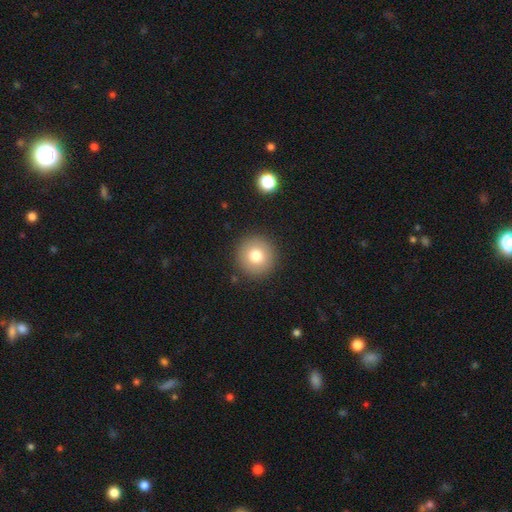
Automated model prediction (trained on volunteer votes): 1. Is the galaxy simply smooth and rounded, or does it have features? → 77% smooth, 13% featured or disk, 10% star or artifact.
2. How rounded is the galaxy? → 95% round, 4% in between, 1% cigar-shaped.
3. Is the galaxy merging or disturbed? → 91% none, 6% minor disturbance, 2% major disturbance, 1% merger.